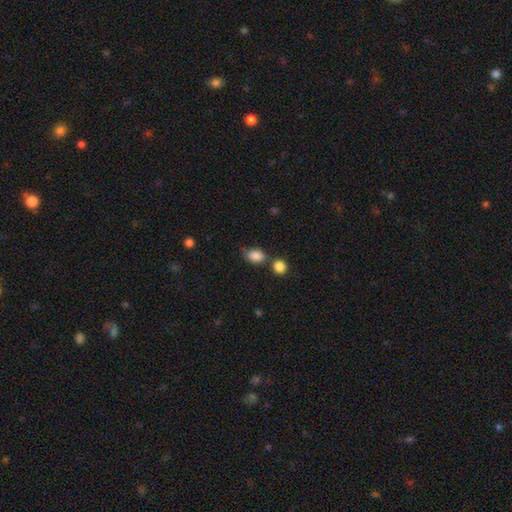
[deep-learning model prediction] smooth_or_featured: smooth (p=0.86) [alt: star or artifact p=0.09]
how_rounded: in between (p=0.72) [alt: round p=0.26]
merging: none (p=0.54) [alt: merger p=0.22]